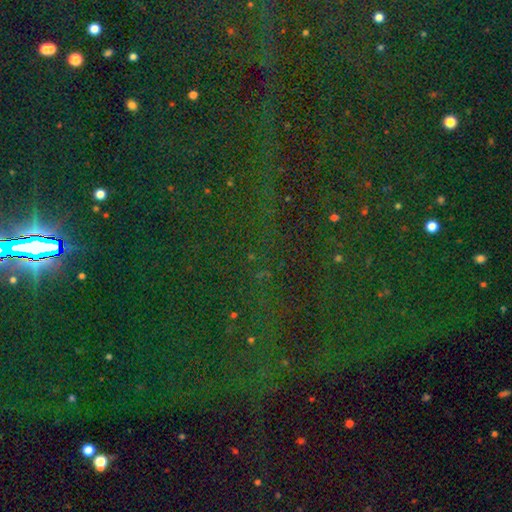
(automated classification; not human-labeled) Overall: star or artifact (83%).